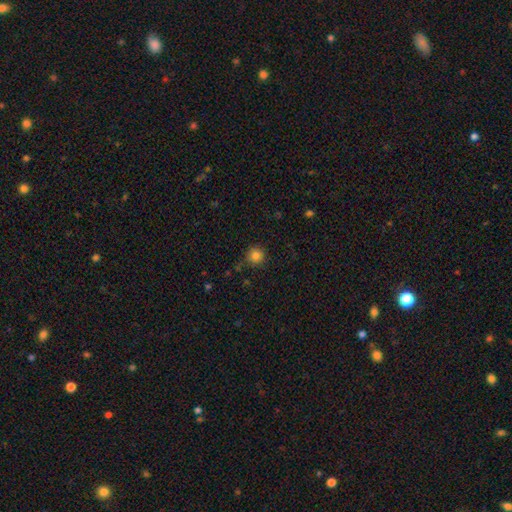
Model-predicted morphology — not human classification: Smooth or featured: smooth — 83% (star or artifact — 12%)
How rounded: round — 95% (in between — 4%)
Merging: none — 85% (minor disturbance — 10%)